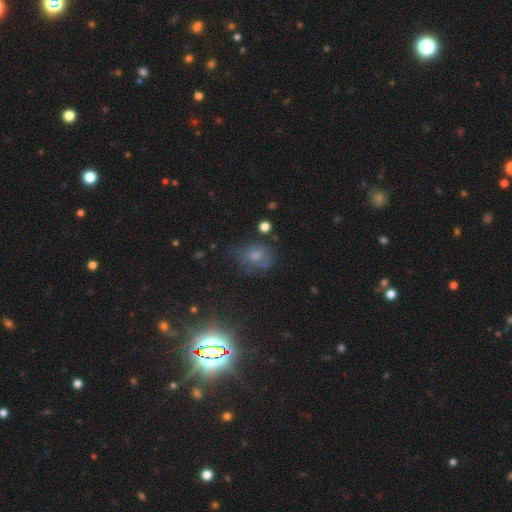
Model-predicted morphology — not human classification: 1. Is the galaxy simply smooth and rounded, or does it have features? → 60% smooth, 23% star or artifact, 17% featured or disk.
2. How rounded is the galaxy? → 60% in between, 38% round, 2% cigar-shaped.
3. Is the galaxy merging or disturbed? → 58% none, 24% minor disturbance, 13% major disturbance, 4% merger.